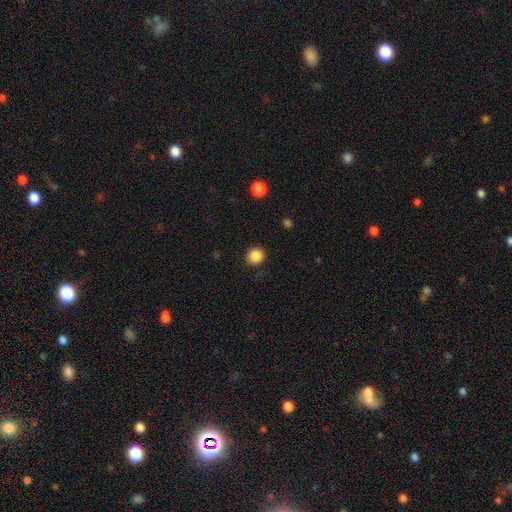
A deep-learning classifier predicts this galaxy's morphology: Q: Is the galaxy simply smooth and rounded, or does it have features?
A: smooth — 87%.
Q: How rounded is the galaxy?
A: round — 83%.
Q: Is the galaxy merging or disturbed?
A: none — 87%.